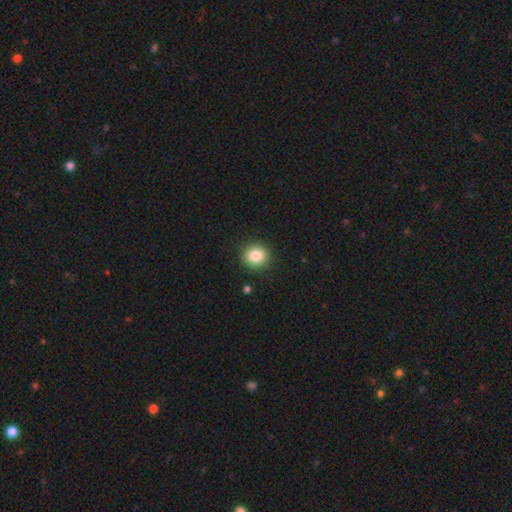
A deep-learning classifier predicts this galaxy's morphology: Smooth or featured? Predicted: smooth (p=0.85). How rounded? Predicted: round (p=0.85). Merging? Predicted: none (p=0.90).